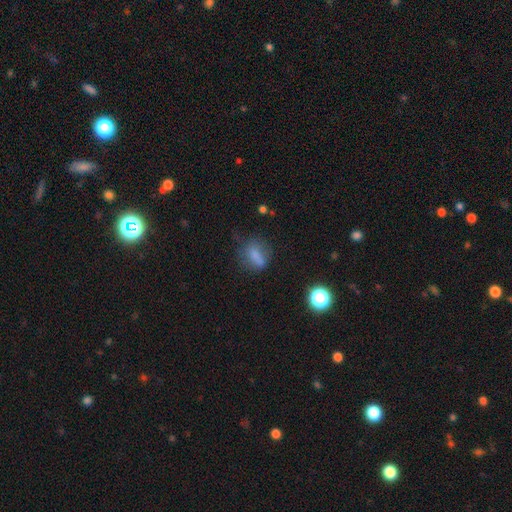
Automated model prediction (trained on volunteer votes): smooth_or_featured: smooth (p=0.70) [alt: featured or disk p=0.16]
how_rounded: in between (p=0.59) [alt: round p=0.32]
merging: none (p=0.50) [alt: minor disturbance p=0.26]